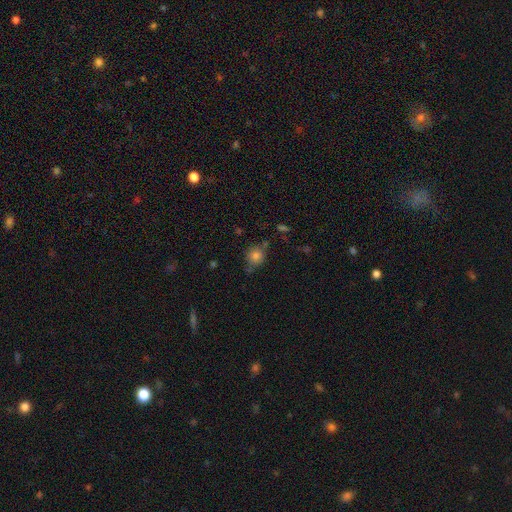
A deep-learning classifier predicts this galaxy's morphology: Smooth or featured?
  - smooth: 80% *
  - star or artifact: 12%
  - featured or disk: 8%
How rounded?
  - round: 84% *
  - in between: 15%
  - cigar-shaped: 1%
Merging?
  - none: 70% *
  - minor disturbance: 17%
  - merger: 8%
  - major disturbance: 5%